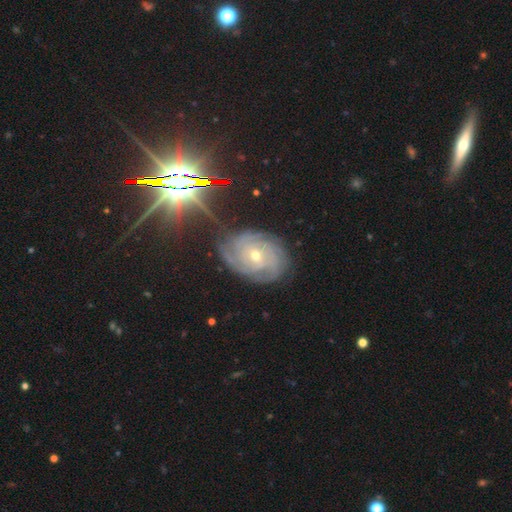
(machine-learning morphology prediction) Smooth or featured? Predicted: featured or disk (p=0.81). Edge-on disk? Predicted: no (p=0.96). Bar? Predicted: no (p=0.70). Spiral arms? Predicted: yes (p=0.96). Spiral winding? Predicted: tight (p=0.77). Spiral arm count? Predicted: can't tell (p=0.28). Bulge size? Predicted: small (p=0.58). Merging? Predicted: none (p=0.77).